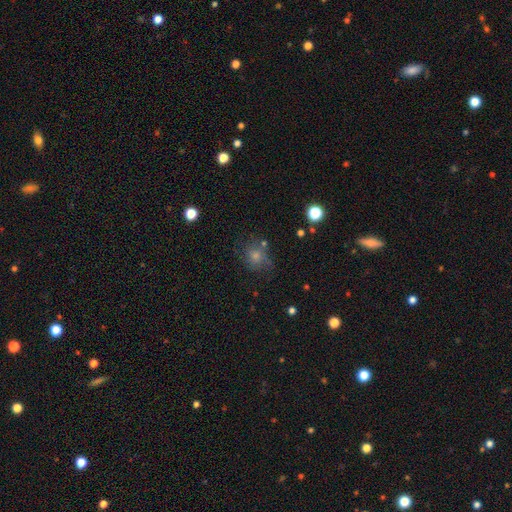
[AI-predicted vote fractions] smooth_or_featured: smooth (p=0.50) [alt: star or artifact p=0.27]
how_rounded: round (p=0.75) [alt: in between p=0.24]
merging: none (p=0.67) [alt: minor disturbance p=0.19]